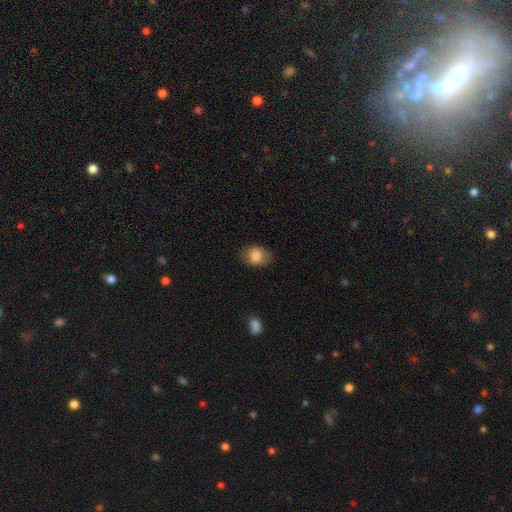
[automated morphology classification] Smooth or featured? Predicted: smooth (p=0.83). How rounded? Predicted: in between (p=0.66). Merging? Predicted: none (p=0.80).